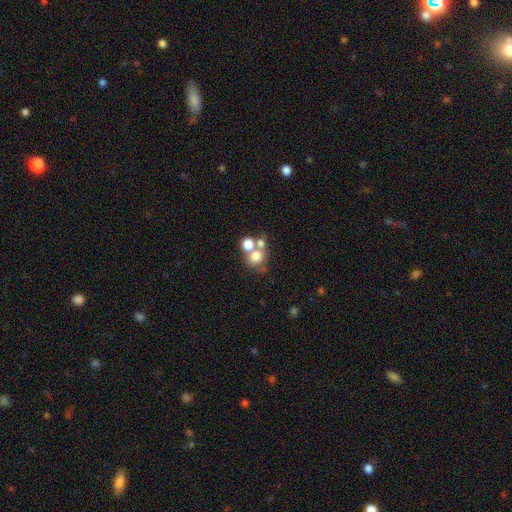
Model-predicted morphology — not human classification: smooth_or_featured: smooth (p=0.69) [alt: featured or disk p=0.16]
how_rounded: round (p=0.78) [alt: in between p=0.21]
merging: merger (p=0.49) [alt: none p=0.39]